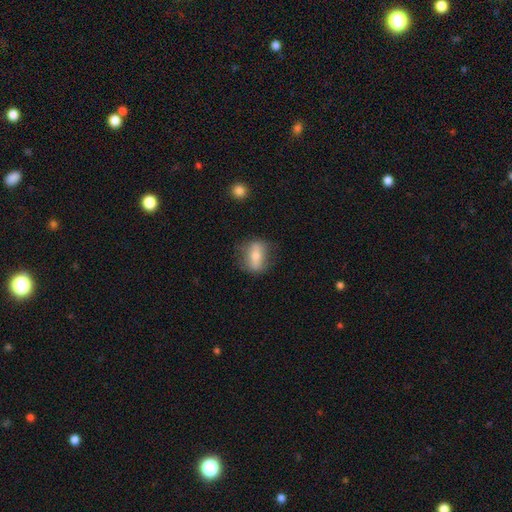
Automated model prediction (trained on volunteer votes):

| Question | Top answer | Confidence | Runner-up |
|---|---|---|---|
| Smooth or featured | smooth | 56% | featured or disk (37%) |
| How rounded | in between | 64% | round (29%) |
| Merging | none | 75% | minor disturbance (17%) |